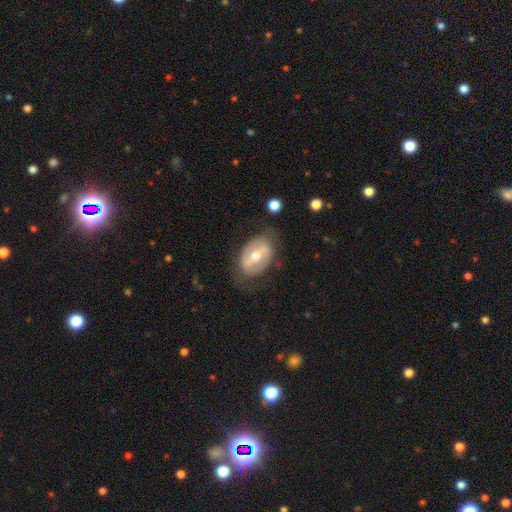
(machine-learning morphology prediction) Smooth or featured: featured or disk — 67% (smooth — 27%)
Edge-on disk: no — 93% (yes — 7%)
Bar: strong — 50% (weak — 33%)
Spiral arms: yes — 53% (no — 47%)
Bulge size: moderate — 66% (small — 28%)
Merging: none — 63% (minor disturbance — 23%)